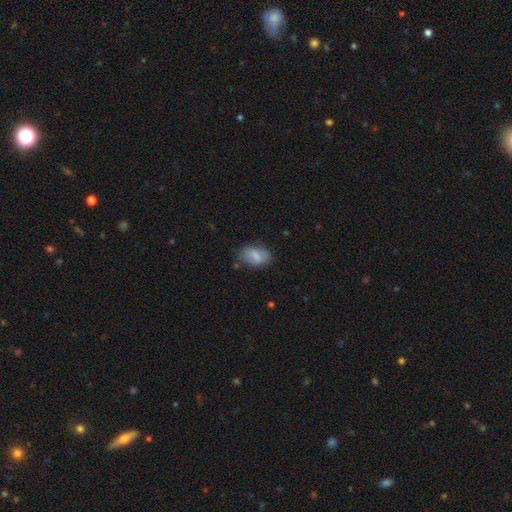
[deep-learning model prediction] This appears to be a smooth galaxy with no disk features (75%) that is in between round and cigar-shaped (90%). Merging: none (69%).